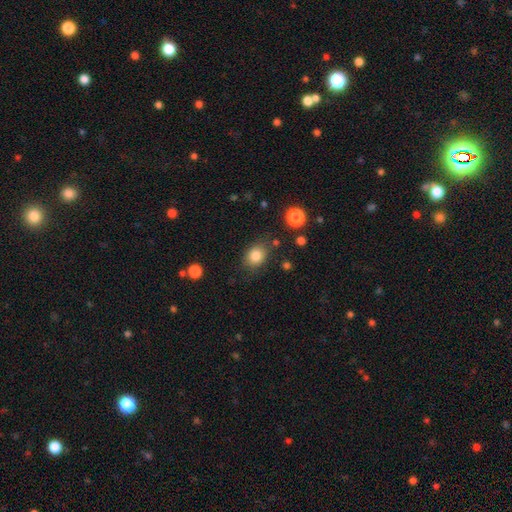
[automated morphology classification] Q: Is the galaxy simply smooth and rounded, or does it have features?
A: smooth — 84%.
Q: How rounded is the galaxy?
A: in between — 51%.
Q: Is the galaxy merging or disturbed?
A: none — 79%.